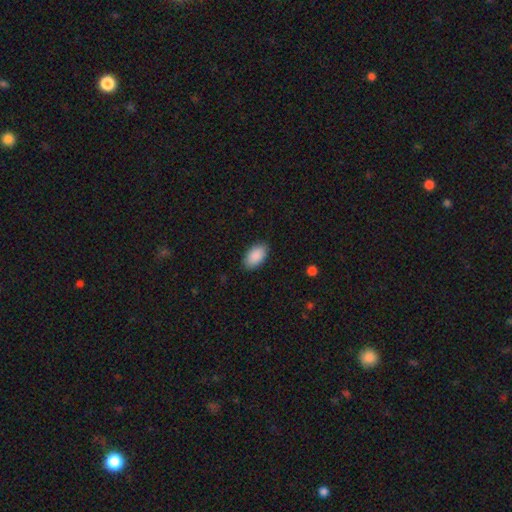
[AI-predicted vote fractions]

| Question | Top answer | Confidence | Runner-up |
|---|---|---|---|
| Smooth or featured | smooth | 91% | star or artifact (6%) |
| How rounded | in between | 95% | round (4%) |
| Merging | none | 88% | minor disturbance (9%) |